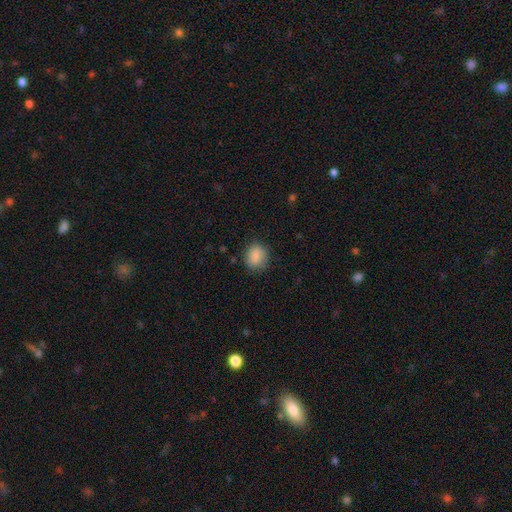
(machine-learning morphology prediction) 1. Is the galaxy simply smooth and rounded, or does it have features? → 86% smooth, 8% star or artifact, 6% featured or disk.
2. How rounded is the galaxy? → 74% round, 25% in between, 1% cigar-shaped.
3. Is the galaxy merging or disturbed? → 83% none, 12% minor disturbance, 3% major disturbance, 1% merger.